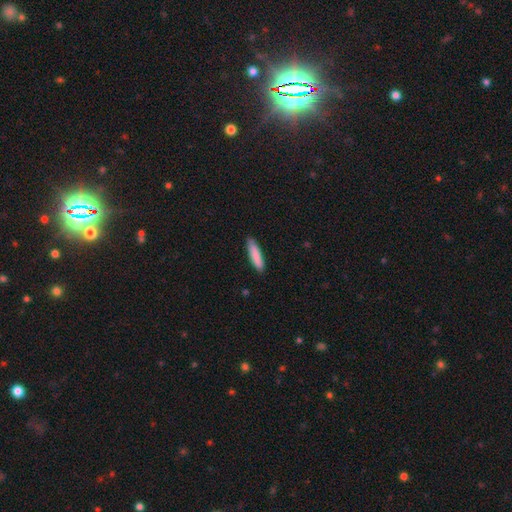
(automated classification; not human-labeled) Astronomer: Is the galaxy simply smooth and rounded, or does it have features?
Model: smooth — 86%.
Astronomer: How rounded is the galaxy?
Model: cigar-shaped — 83%.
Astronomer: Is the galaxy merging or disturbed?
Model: none — 88%.